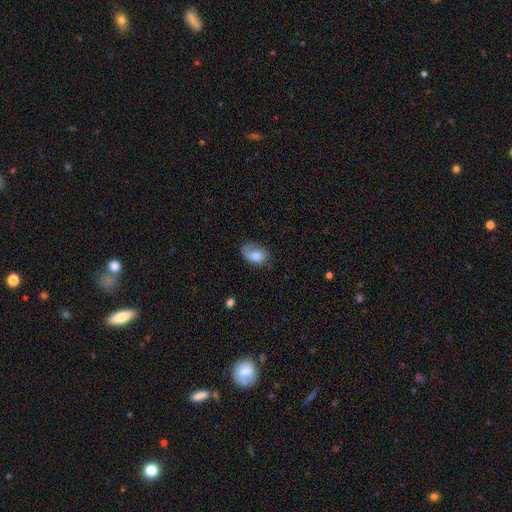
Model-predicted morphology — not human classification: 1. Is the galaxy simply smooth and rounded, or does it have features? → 72% smooth, 21% featured or disk, 8% star or artifact.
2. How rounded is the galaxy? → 84% in between, 15% round, 1% cigar-shaped.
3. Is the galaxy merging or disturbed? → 48% none, 31% minor disturbance, 19% major disturbance, 2% merger.